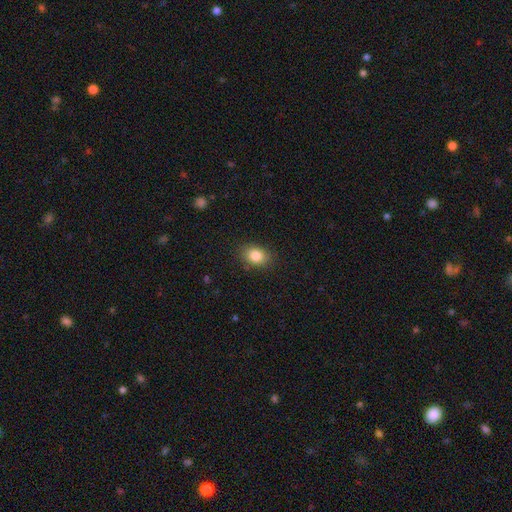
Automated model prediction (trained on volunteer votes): Morphology: type=smooth (85%); roundness=in between (72%); merging=none (87%).